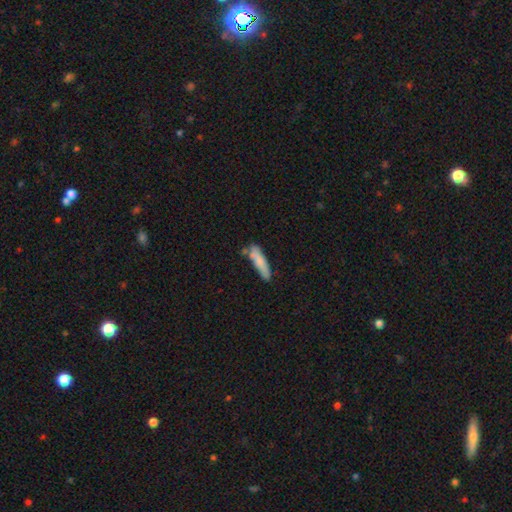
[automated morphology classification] smooth_or_featured: smooth (p=0.71) [alt: featured or disk p=0.21]
how_rounded: cigar-shaped (p=0.83) [alt: in between p=0.15]
merging: none (p=0.67) [alt: minor disturbance p=0.20]